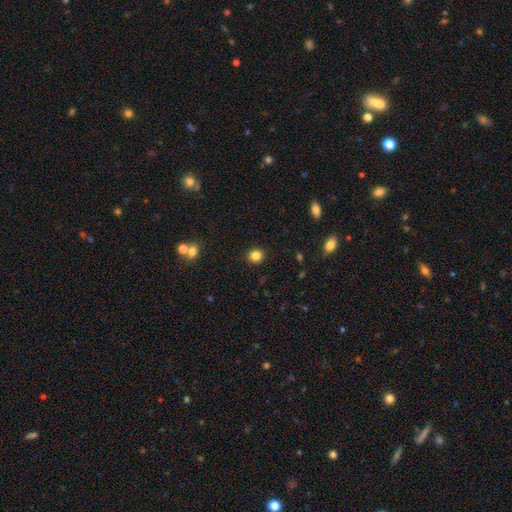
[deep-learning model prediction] Q: Smooth or featured?
A: smooth (84%); runner-up: star or artifact (12%)
Q: How rounded?
A: round (87%); runner-up: in between (13%)
Q: Merging?
A: none (91%); runner-up: minor disturbance (6%)